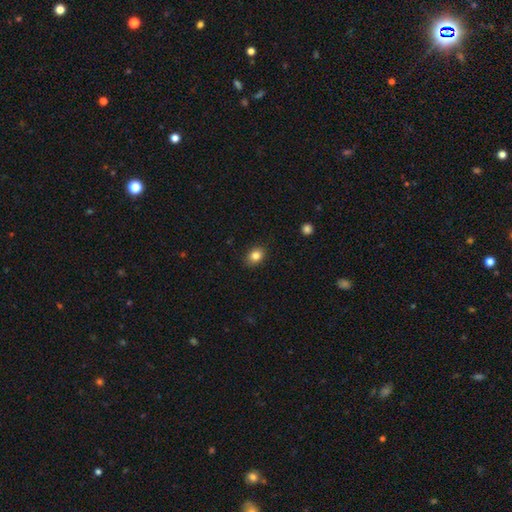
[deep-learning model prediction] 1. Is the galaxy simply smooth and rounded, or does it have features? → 83% smooth, 10% star or artifact, 7% featured or disk.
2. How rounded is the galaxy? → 57% in between, 42% round, 1% cigar-shaped.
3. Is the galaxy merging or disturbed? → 88% none, 9% minor disturbance, 2% major disturbance, 1% merger.